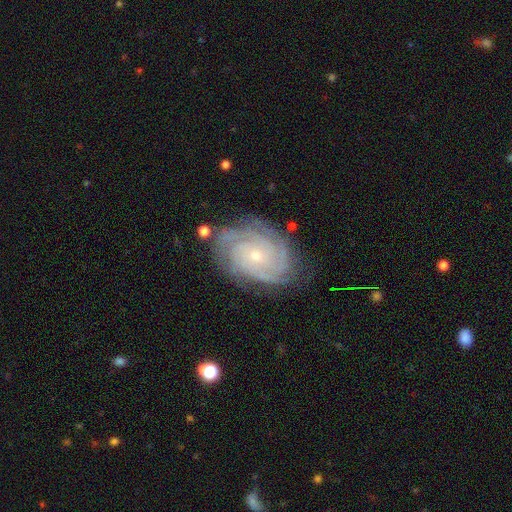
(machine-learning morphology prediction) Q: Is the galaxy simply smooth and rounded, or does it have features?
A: featured or disk — 88%.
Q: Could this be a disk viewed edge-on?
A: no — 97%.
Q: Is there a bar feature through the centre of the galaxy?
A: no — 77%.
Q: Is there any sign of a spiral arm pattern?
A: yes — 98%.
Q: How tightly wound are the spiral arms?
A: tight — 80%.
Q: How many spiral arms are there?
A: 4 — 34%.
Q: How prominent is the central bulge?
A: small — 77%.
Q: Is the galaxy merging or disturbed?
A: none — 78%.